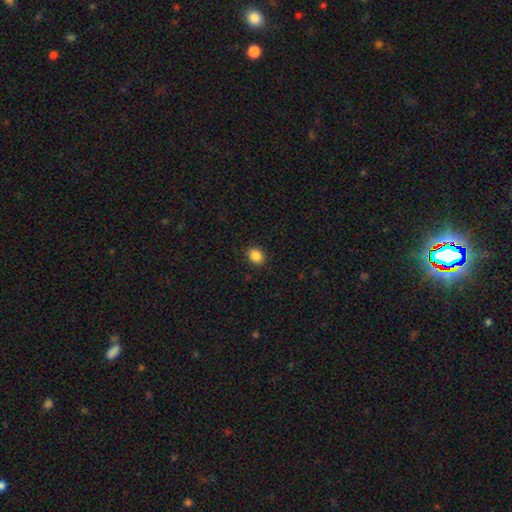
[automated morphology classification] Smooth or featured? Predicted: smooth (p=0.87). How rounded? Predicted: in between (p=0.54). Merging? Predicted: none (p=0.90).